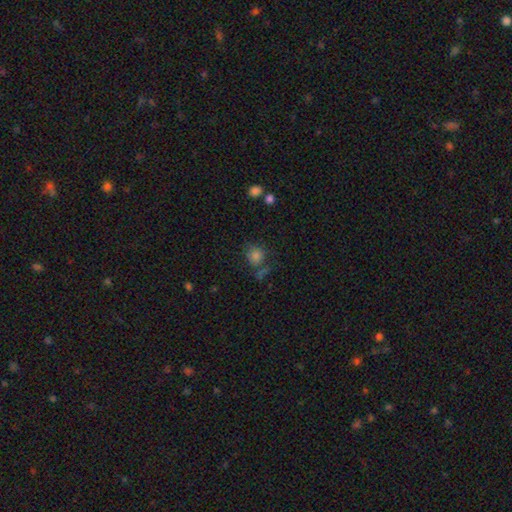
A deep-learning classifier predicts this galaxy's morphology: The model was most divided on "merging": none: 63%, minor disturbance: 17%, merger: 12%, major disturbance: 8%. More confident: how rounded — round (82%); smooth or featured — smooth (77%).